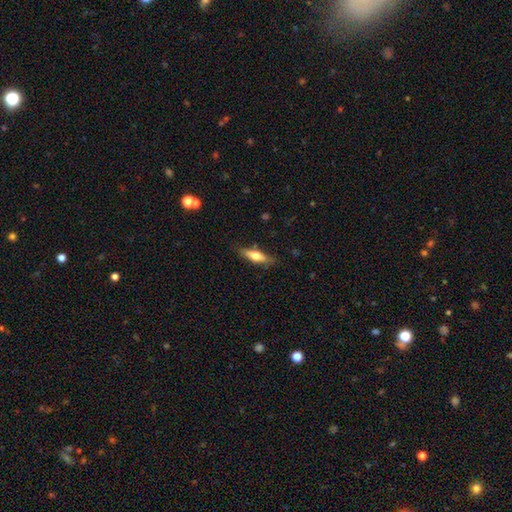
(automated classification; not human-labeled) Q: Smooth or featured?
A: smooth (59%); runner-up: featured or disk (35%)
Q: How rounded?
A: cigar-shaped (55%); runner-up: in between (42%)
Q: Merging?
A: none (81%); runner-up: minor disturbance (15%)